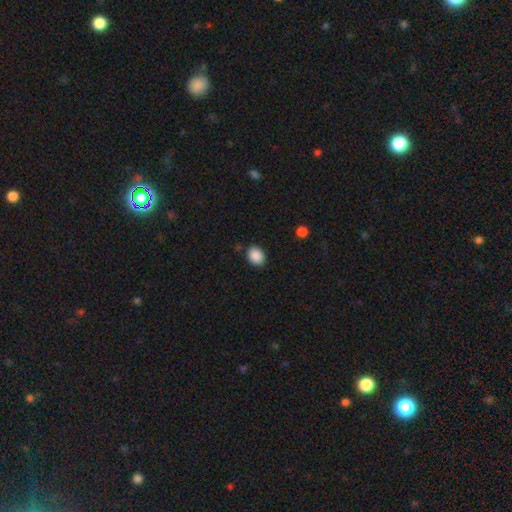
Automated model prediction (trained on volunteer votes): Smooth or featured? Predicted: smooth (p=0.89). How rounded? Predicted: in between (p=0.53). Merging? Predicted: none (p=0.86).